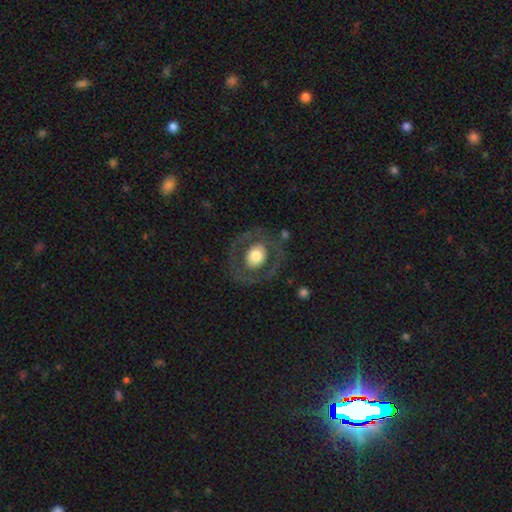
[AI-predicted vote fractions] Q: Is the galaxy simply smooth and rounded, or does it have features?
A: smooth — 50%.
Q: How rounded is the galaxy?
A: round — 69%.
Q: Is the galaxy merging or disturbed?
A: none — 77%.